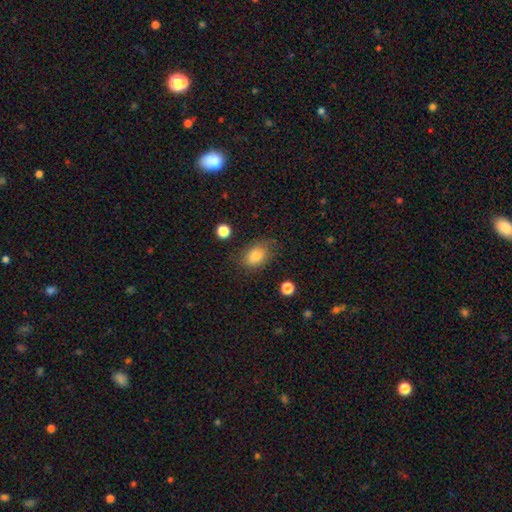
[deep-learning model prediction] Smooth or featured: smooth — 81% (featured or disk — 10%)
How rounded: in between — 79% (round — 19%)
Merging: none — 71% (minor disturbance — 21%)